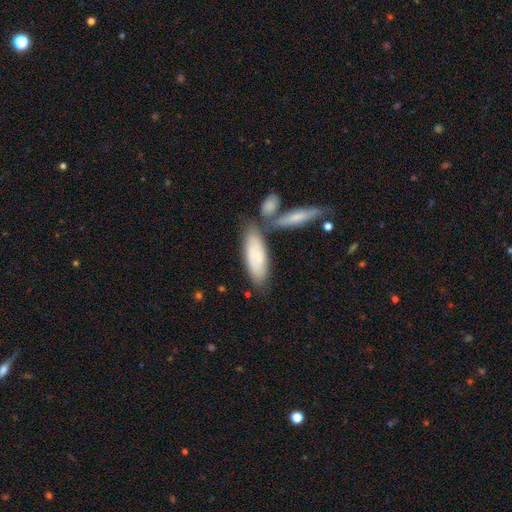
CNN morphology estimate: Smooth or featured: smooth — 72% (featured or disk — 22%)
How rounded: in between — 58% (cigar-shaped — 40%)
Merging: none — 57% (merger — 24%)